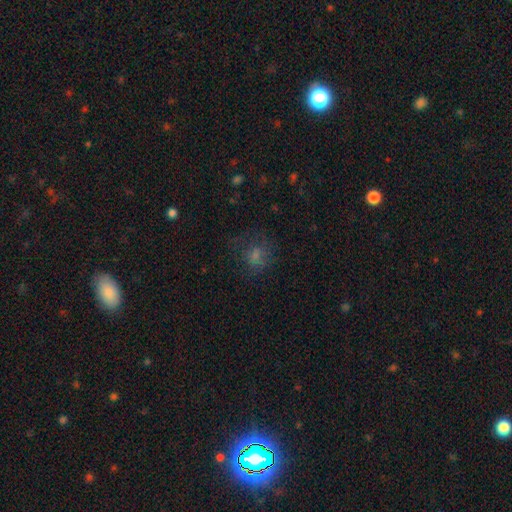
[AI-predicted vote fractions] Smooth or featured: smooth — 57% (star or artifact — 26%)
How rounded: round — 71% (in between — 28%)
Merging: none — 61% (minor disturbance — 19%)